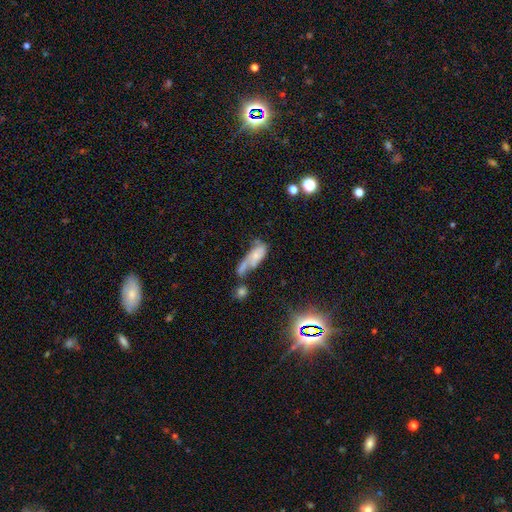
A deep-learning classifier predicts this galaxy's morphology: A smooth galaxy with no disk features (56%) that is in between round and cigar-shaped (75%). Merging: merger (42%).